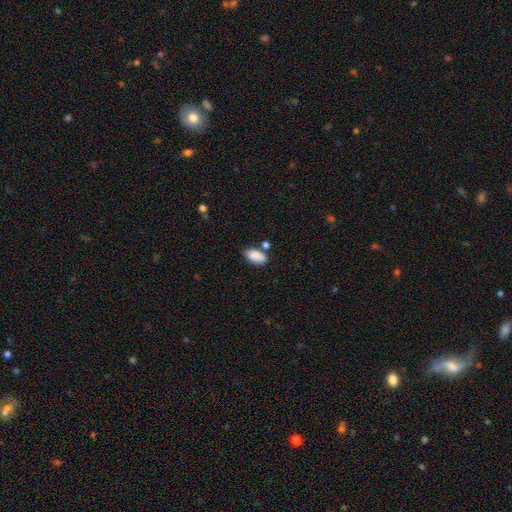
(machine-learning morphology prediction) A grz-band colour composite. It shows a smooth galaxy with no disk features (88%) that is in between round and cigar-shaped (94%). Merging: none (69%).